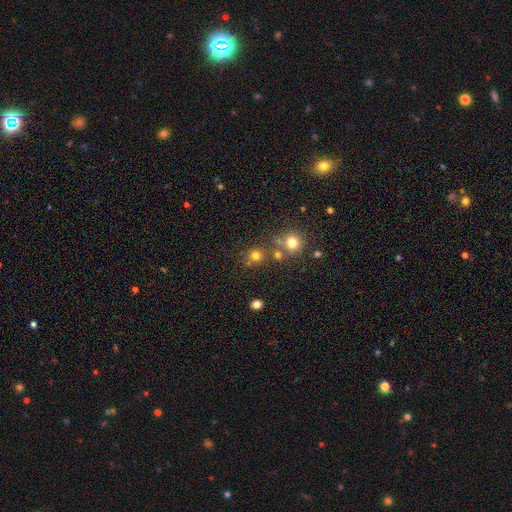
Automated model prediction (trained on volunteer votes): Morphology: type=smooth (74%); roundness=round (89%); merging=none (70%).